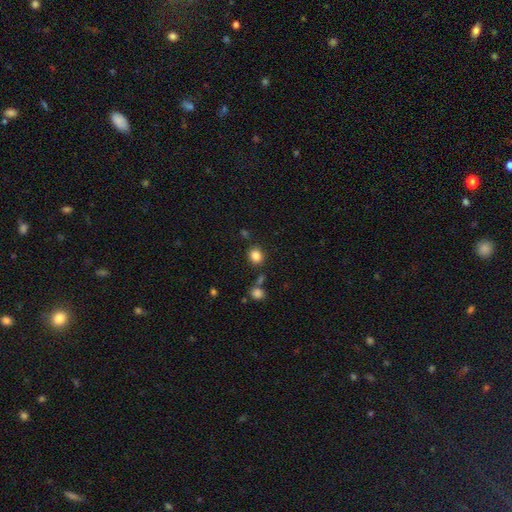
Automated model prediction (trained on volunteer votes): smooth 84%, star or artifact 11%, featured or disk 4%. Down the decision tree: how rounded — round (71%); merging — none (83%).